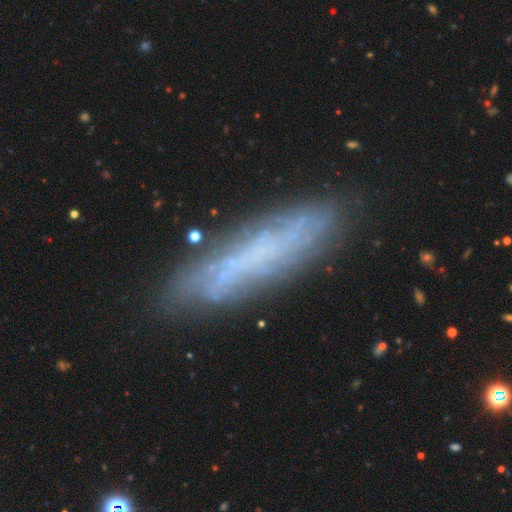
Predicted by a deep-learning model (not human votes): A featured or disk galaxy (51%) viewed edge-on (56%). Merging: none (77%).